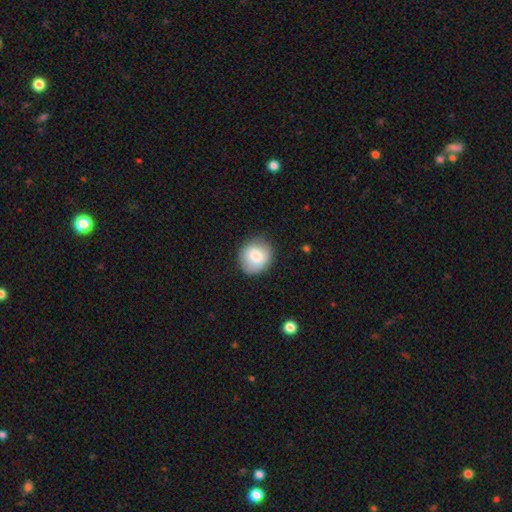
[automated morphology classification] smooth 80%, featured or disk 13%, star or artifact 8%. Down the decision tree: how rounded — round (82%); merging — none (84%).